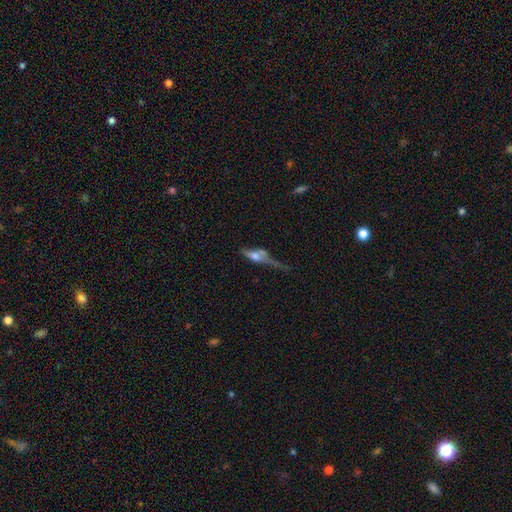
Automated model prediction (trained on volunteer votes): featured or disk 47%, smooth 42%, star or artifact 11%. Down the decision tree: merging — major disturbance (34%).